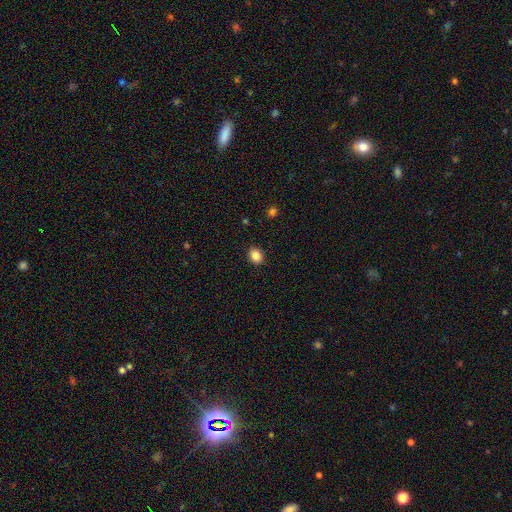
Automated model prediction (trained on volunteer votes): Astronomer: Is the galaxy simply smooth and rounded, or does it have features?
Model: smooth — 87%.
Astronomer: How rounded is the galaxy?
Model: in between — 50% (runner-up: round, 49%).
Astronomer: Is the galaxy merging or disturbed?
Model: none — 89%.